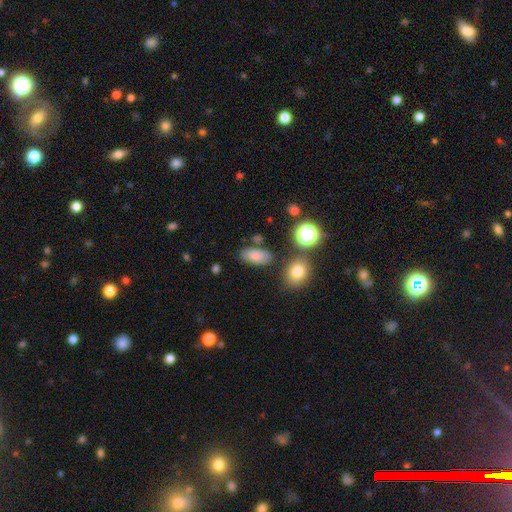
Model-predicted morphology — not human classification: Overall: smooth (78%). How rounded: in between (89%). Merging: none (71%).